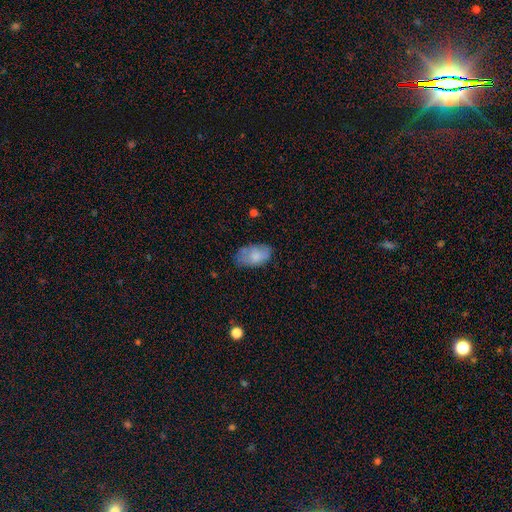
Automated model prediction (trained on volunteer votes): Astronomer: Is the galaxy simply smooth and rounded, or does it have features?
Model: smooth — 79%.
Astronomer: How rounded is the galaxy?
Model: in between — 93%.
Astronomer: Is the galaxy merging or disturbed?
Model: none — 65%.